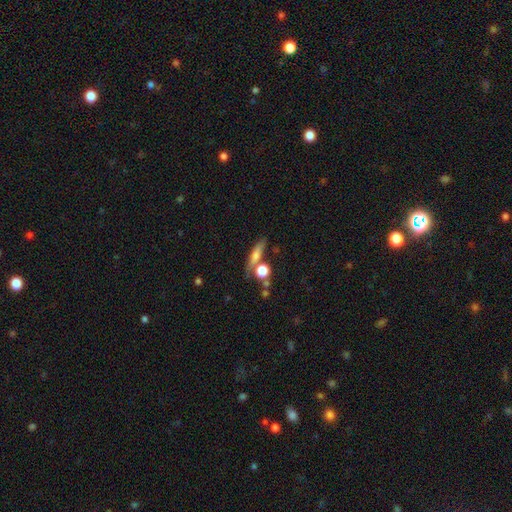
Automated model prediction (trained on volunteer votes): A smooth galaxy with no disk features (59%) that is cigar-shaped (61%).

Vote fractions:
- Smooth or featured? smooth: 59% / featured or disk: 30% / star or artifact: 11%
- How rounded? cigar-shaped: 61% / in between: 23% / round: 16%
- Merging? none: 62% / merger: 17% / minor disturbance: 15% / major disturbance: 7%